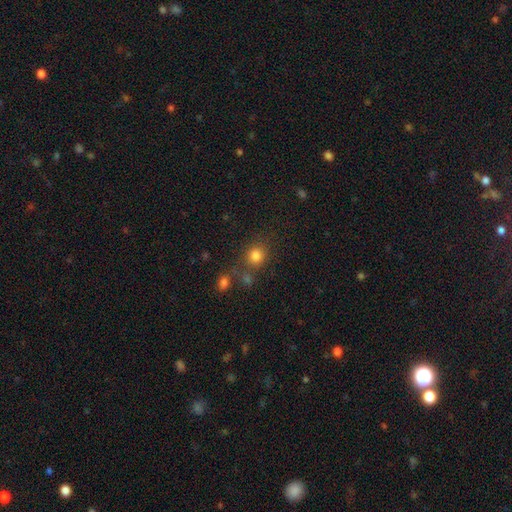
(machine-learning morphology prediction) This appears to be a smooth galaxy with no disk features (80%) that is round (81%). Merging: none (68%).